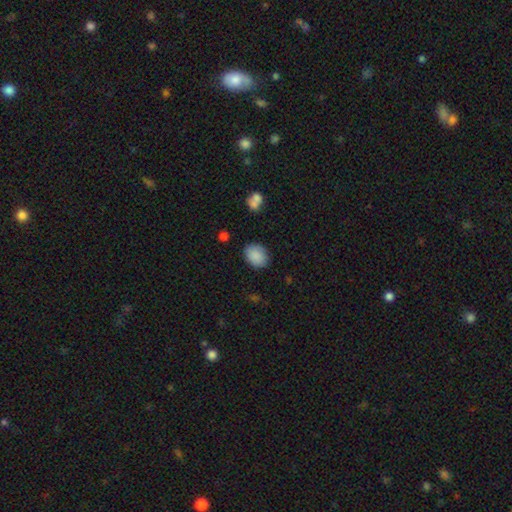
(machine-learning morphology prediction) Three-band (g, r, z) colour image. It shows a smooth galaxy with no disk features (88%) that is in between round and cigar-shaped (60%). Merging: none (84%).